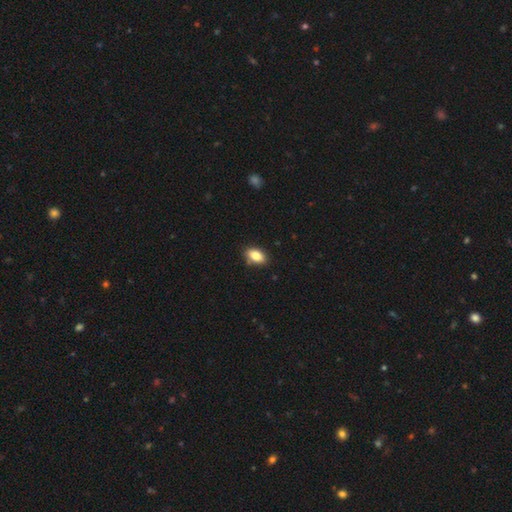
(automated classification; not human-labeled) smooth_or_featured: smooth (p=0.85) [alt: star or artifact p=0.08]
how_rounded: in between (p=0.89) [alt: round p=0.08]
merging: none (p=0.85) [alt: minor disturbance p=0.11]